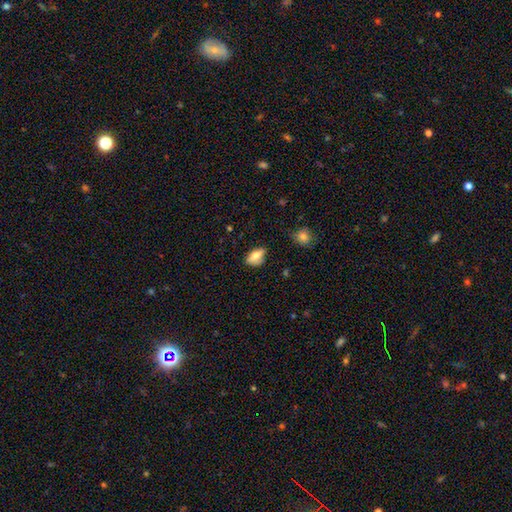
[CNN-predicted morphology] This appears to be a smooth galaxy with no disk features (68%) that is in between round and cigar-shaped (86%). Merging: none (63%).